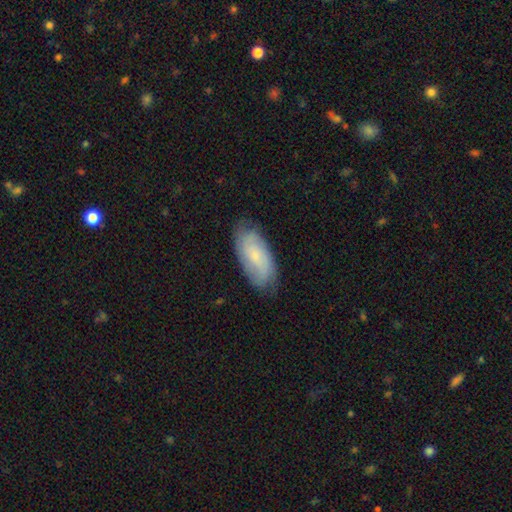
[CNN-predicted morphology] Smooth or featured: featured or disk — 47% (smooth — 46%)
Merging: none — 77% (minor disturbance — 18%)